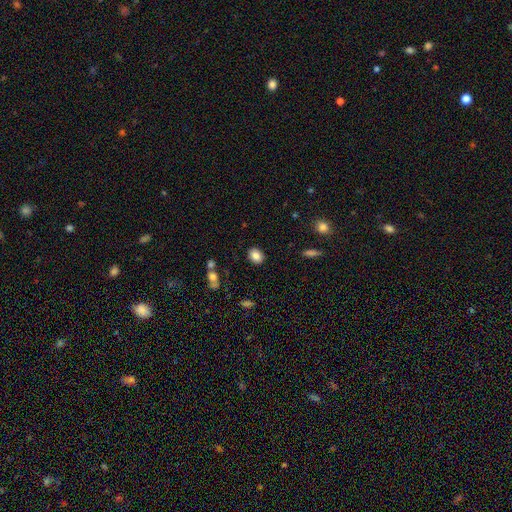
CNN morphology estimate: Q: Smooth or featured?
A: smooth (85%); runner-up: star or artifact (9%)
Q: How rounded?
A: in between (59%); runner-up: round (40%)
Q: Merging?
A: none (88%); runner-up: minor disturbance (8%)